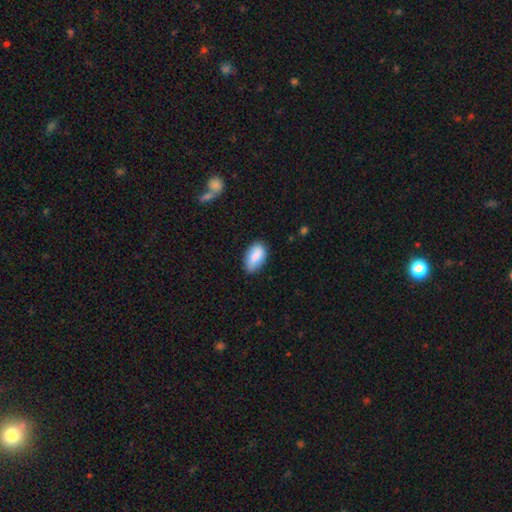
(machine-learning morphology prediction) Smooth or featured?
  - smooth: 81% *
  - featured or disk: 12%
  - star or artifact: 7%
How rounded?
  - in between: 93% *
  - round: 4%
  - cigar-shaped: 3%
Merging?
  - none: 76% *
  - minor disturbance: 19%
  - major disturbance: 3%
  - merger: 2%